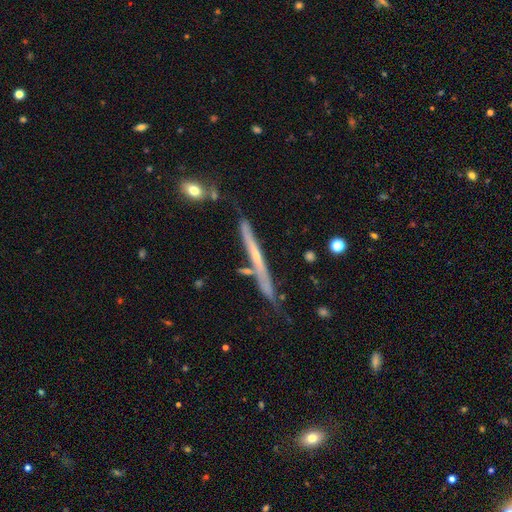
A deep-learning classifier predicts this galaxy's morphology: This appears to be a featured or disk galaxy (64%) viewed edge-on (95%) with no central bulge (65%). Merging: none (72%).